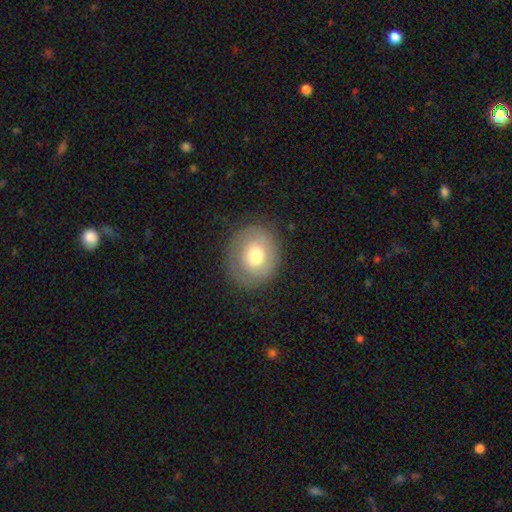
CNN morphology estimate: Overall: smooth (67%). How rounded: round (71%). Merging: none (81%).